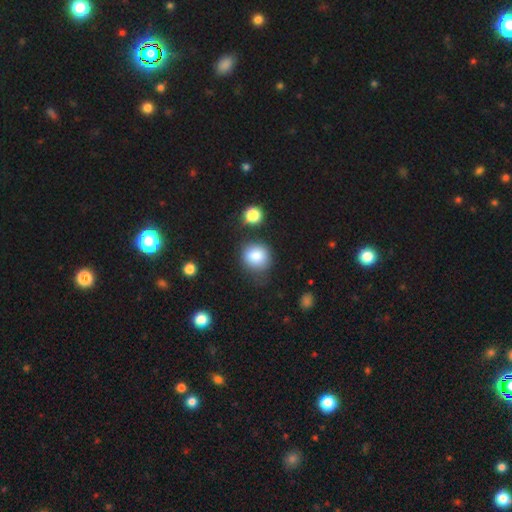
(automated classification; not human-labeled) Q: Smooth or featured?
A: smooth (85%); runner-up: star or artifact (9%)
Q: How rounded?
A: round (80%); runner-up: in between (19%)
Q: Merging?
A: none (68%); runner-up: minor disturbance (19%)